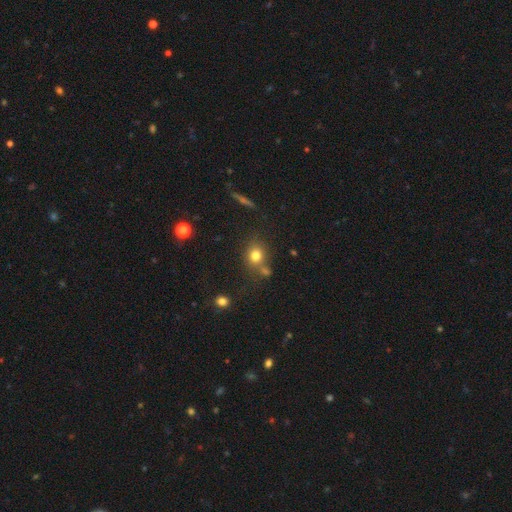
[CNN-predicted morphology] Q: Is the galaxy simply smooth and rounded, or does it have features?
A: smooth — 77%.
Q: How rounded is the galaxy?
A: round — 71%.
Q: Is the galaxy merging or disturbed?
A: none — 67%.